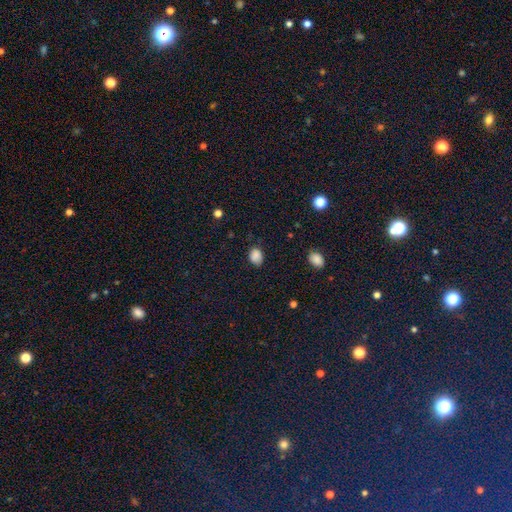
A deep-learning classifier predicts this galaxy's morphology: smooth-or-featured: smooth: 86% | star or artifact: 10% | featured or disk: 4%
  how-rounded: in between: 66% | round: 33% | cigar-shaped: 1%
  merging: none: 73% | minor disturbance: 21% | major disturbance: 4% | merger: 2%